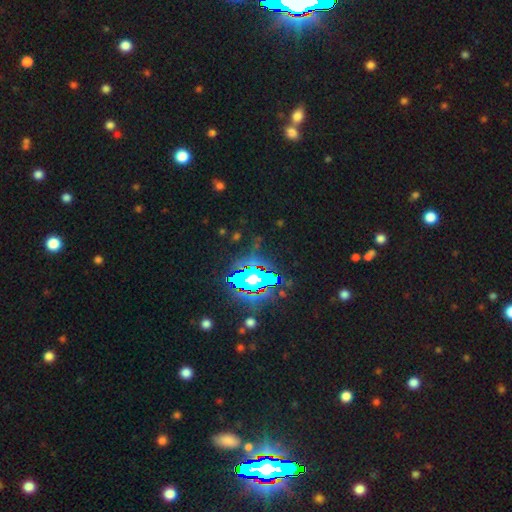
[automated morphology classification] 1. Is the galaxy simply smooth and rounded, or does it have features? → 79% star or artifact, 11% smooth, 10% featured or disk.